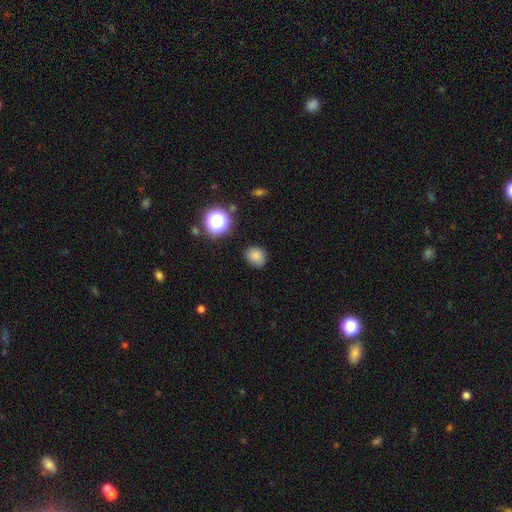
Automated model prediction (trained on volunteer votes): Smooth or featured?
  - smooth: 81% *
  - star or artifact: 14%
  - featured or disk: 5%
How rounded?
  - round: 68% *
  - in between: 31%
  - cigar-shaped: 1%
Merging?
  - none: 82% *
  - minor disturbance: 13%
  - major disturbance: 3%
  - merger: 2%